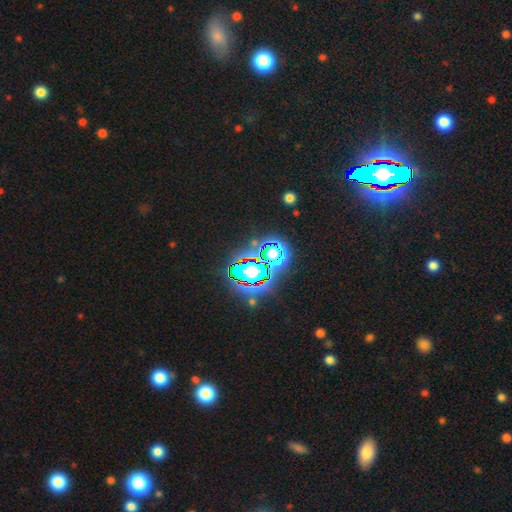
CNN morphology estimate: Smooth or featured: star or artifact — 83% (smooth — 10%)